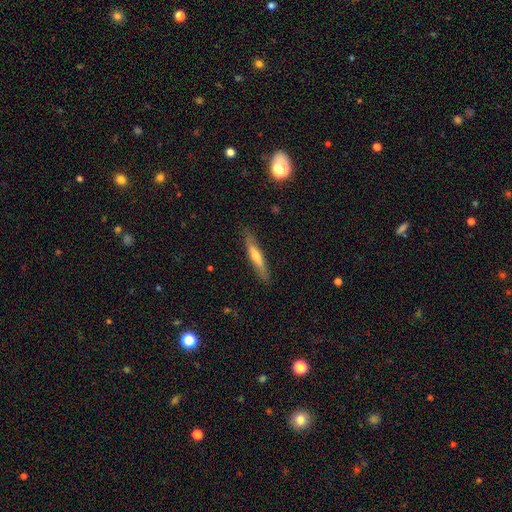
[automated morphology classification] type=featured or disk (48%); merging=none (87%).